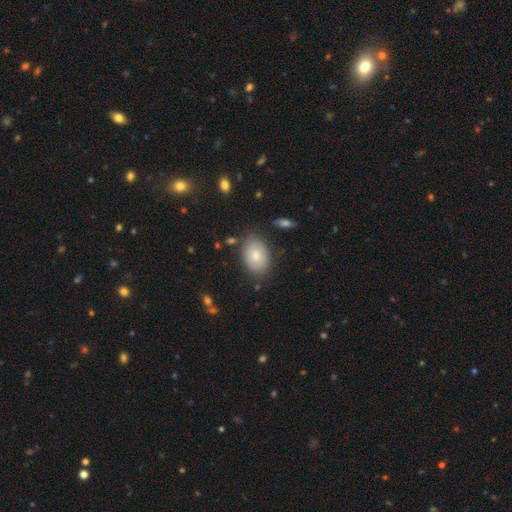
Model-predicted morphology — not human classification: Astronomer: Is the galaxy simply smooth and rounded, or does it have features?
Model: smooth — 77%.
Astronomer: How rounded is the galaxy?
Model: in between — 85%.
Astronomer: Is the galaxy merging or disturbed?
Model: none — 79%.